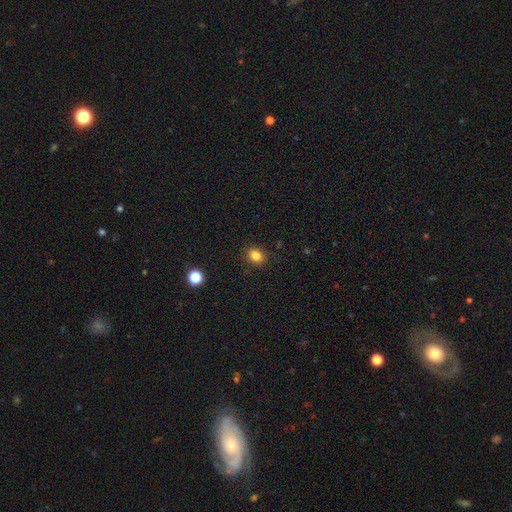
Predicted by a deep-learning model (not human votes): The model was most divided on "how rounded": in between: 52%, round: 47%, cigar-shaped: 1%. More confident: merging — none (88%); smooth or featured — smooth (83%).